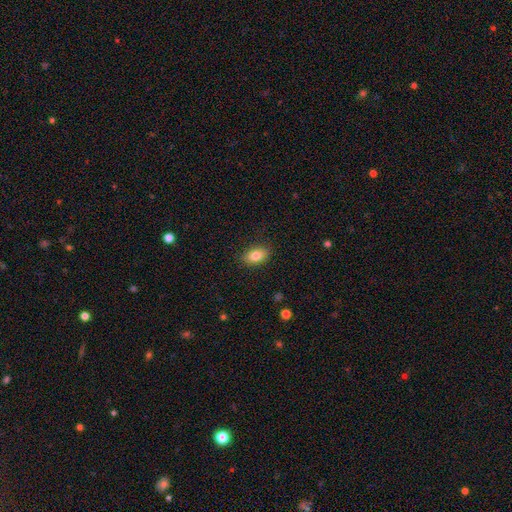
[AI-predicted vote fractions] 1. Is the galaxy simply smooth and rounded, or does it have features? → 83% smooth, 9% featured or disk, 8% star or artifact.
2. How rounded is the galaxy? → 87% in between, 10% round, 3% cigar-shaped.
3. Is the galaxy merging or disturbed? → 87% none, 10% minor disturbance, 2% major disturbance, 1% merger.